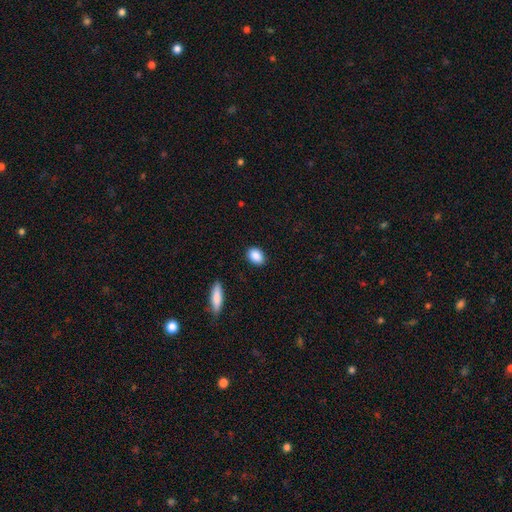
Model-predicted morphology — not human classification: Q: Smooth or featured?
A: smooth (89%); runner-up: star or artifact (7%)
Q: How rounded?
A: in between (74%); runner-up: round (24%)
Q: Merging?
A: none (87%); runner-up: minor disturbance (9%)